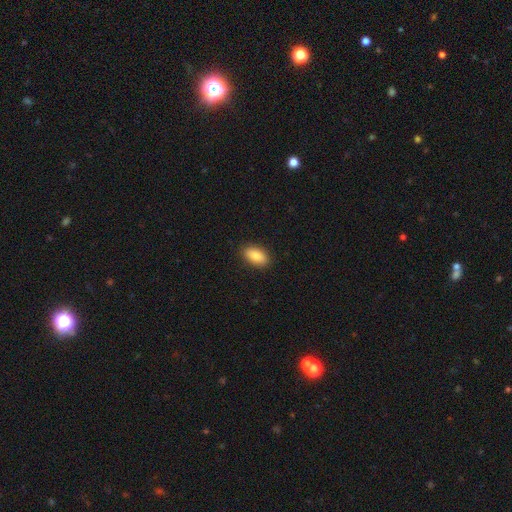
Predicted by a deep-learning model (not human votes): Smooth or featured?
  - smooth: 84% *
  - featured or disk: 9%
  - star or artifact: 7%
How rounded?
  - in between: 91% *
  - round: 5%
  - cigar-shaped: 4%
Merging?
  - none: 88% *
  - minor disturbance: 9%
  - major disturbance: 2%
  - merger: 1%